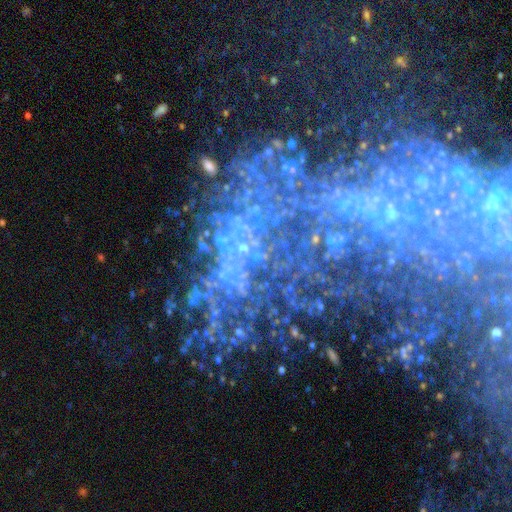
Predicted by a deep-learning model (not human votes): Smooth or featured: featured or disk — 45% (star or artifact — 44%)
Merging: none — 61% (major disturbance — 18%)